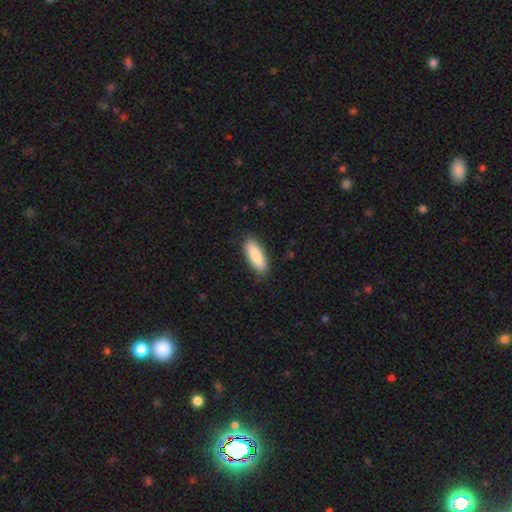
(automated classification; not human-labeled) A smooth galaxy with no disk features (85%) that is in between round and cigar-shaped (60%). Merging: none (87%).